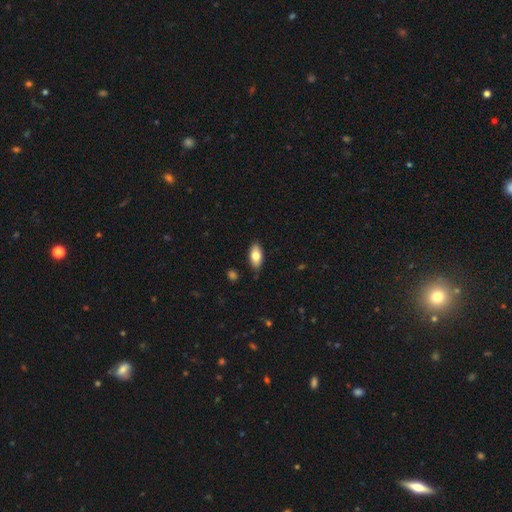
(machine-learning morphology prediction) This is likely a smooth galaxy (78%). How rounded: clearly in between (90%). Merging: clearly none (83%).